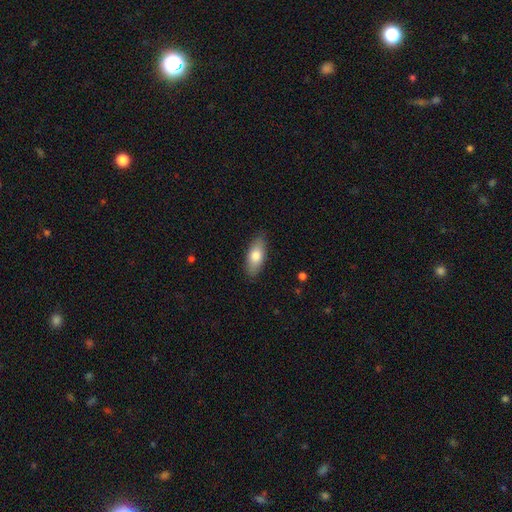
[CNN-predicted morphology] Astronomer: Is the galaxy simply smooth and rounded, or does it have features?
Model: smooth — 74%.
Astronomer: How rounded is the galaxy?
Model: in between — 81%.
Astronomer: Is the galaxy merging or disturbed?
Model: none — 86%.